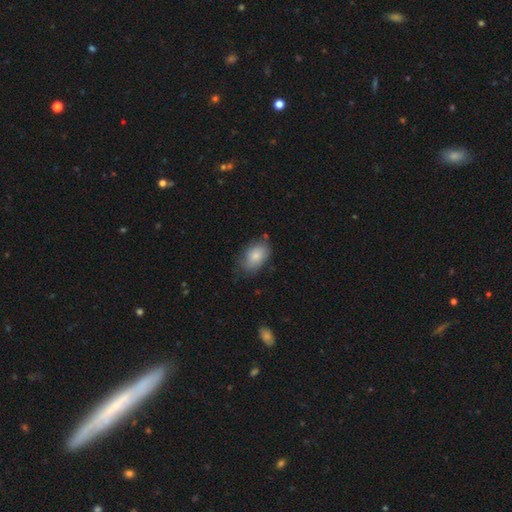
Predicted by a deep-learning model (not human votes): Smooth or featured?
  - smooth: 79% *
  - featured or disk: 14%
  - star or artifact: 7%
How rounded?
  - in between: 88% *
  - round: 10%
  - cigar-shaped: 1%
Merging?
  - none: 62% *
  - minor disturbance: 28%
  - major disturbance: 7%
  - merger: 2%